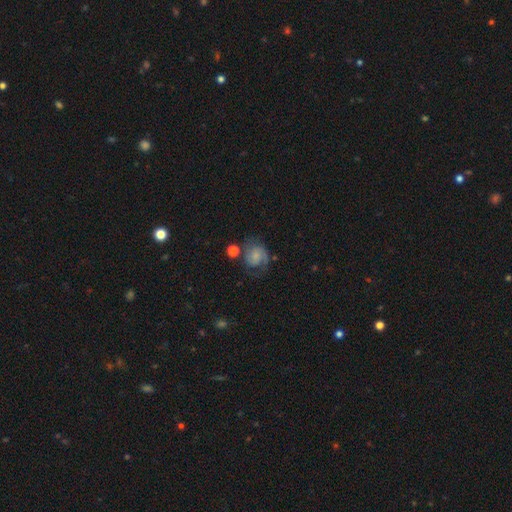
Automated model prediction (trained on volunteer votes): Smooth or featured? Predicted: featured or disk (p=0.55). Edge-on disk? Predicted: no (p=0.98). Bar? Predicted: no (p=0.71). Spiral arms? Predicted: yes (p=0.89). Bulge size? Predicted: small (p=0.48). Merging? Predicted: none (p=0.53).